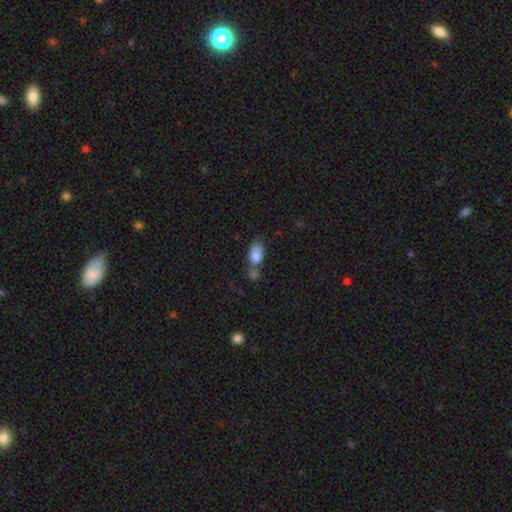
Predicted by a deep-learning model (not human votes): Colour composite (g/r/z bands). It shows a smooth galaxy with no disk features (81%) that is in between round and cigar-shaped (84%). Merging: merger (48%).